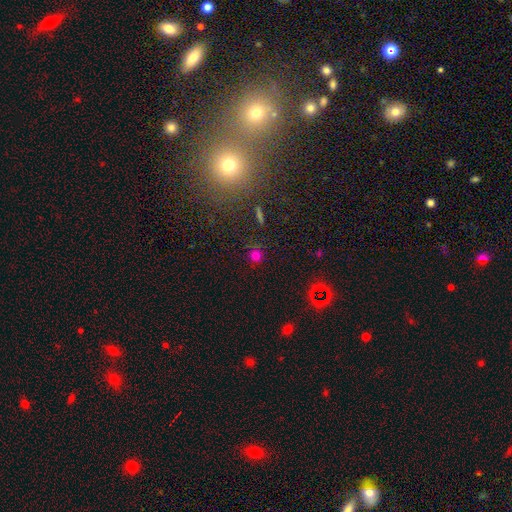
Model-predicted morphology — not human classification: Q: Smooth or featured?
A: smooth (71%); runner-up: star or artifact (22%)
Q: How rounded?
A: round (92%); runner-up: in between (7%)
Q: Merging?
A: none (86%); runner-up: minor disturbance (8%)